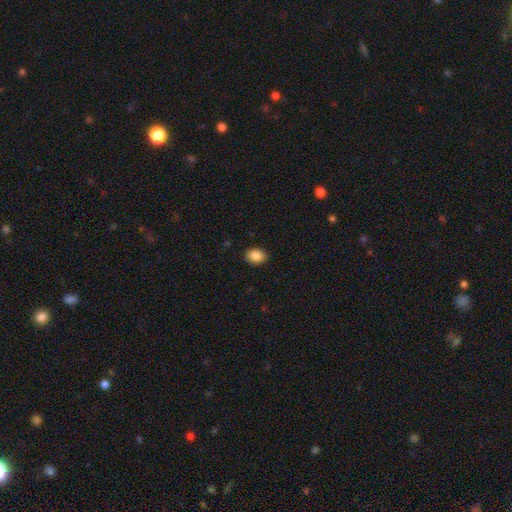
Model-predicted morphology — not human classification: A smooth galaxy with no disk features (88%) that is in between round and cigar-shaped (71%). Merging: none (89%).